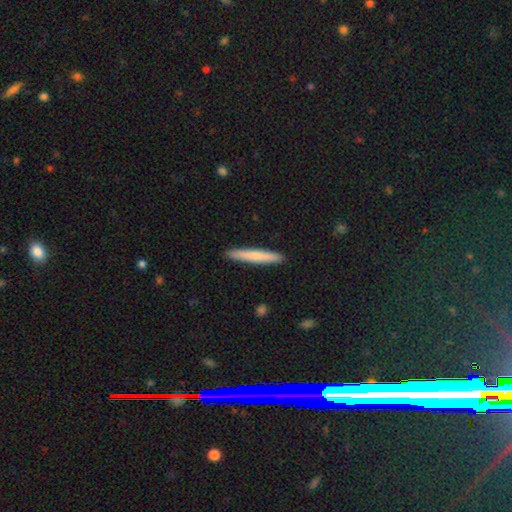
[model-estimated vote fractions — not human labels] This appears to be a smooth galaxy with no disk features (72%) that is cigar-shaped (96%). Merging: none (92%).